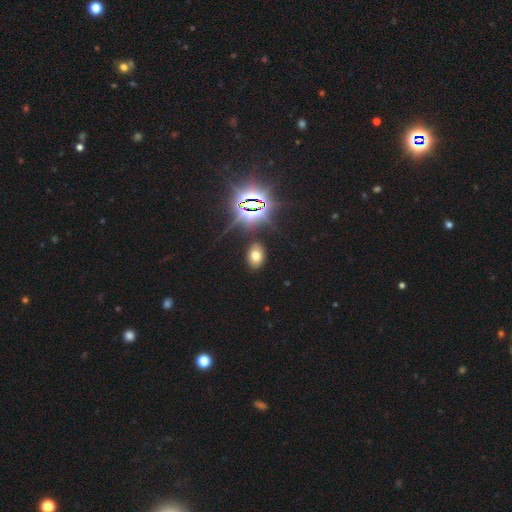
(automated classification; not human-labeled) The model was most divided on "smooth or featured": smooth: 61%, star or artifact: 27%, featured or disk: 12%. More confident: merging — none (86%); how rounded — in between (83%).